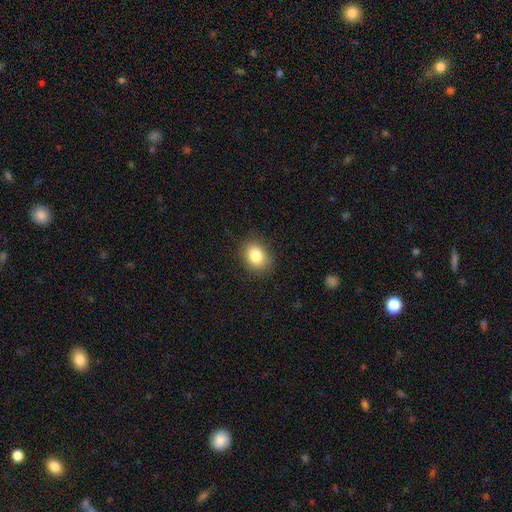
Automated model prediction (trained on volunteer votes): This is clearly a smooth galaxy (83%). How rounded: possibly round (52%). Merging: clearly none (86%).